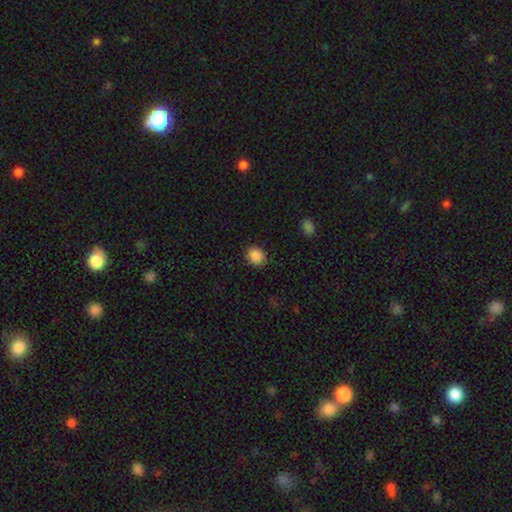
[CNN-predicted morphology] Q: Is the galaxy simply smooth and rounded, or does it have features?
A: smooth — 88%.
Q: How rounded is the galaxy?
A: round — 69%.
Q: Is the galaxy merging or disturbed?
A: none — 88%.